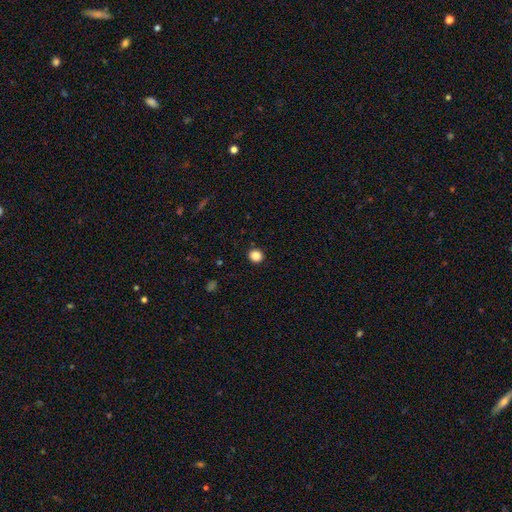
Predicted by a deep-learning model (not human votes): Smooth or featured?
  - smooth: 86% *
  - star or artifact: 10%
  - featured or disk: 3%
How rounded?
  - round: 88% *
  - in between: 11%
  - cigar-shaped: 1%
Merging?
  - none: 92% *
  - minor disturbance: 5%
  - major disturbance: 2%
  - merger: 1%